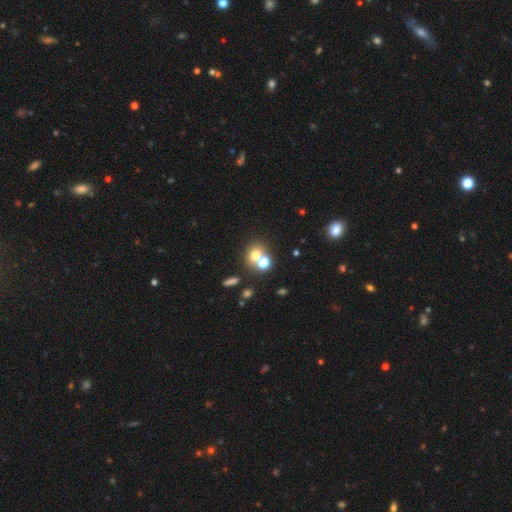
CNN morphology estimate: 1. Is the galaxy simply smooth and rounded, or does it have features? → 67% smooth, 17% star or artifact, 15% featured or disk.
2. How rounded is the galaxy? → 68% round, 31% in between, 1% cigar-shaped.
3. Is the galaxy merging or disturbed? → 44% merger (tied), 44% none (tied), 8% minor disturbance, 4% major disturbance.